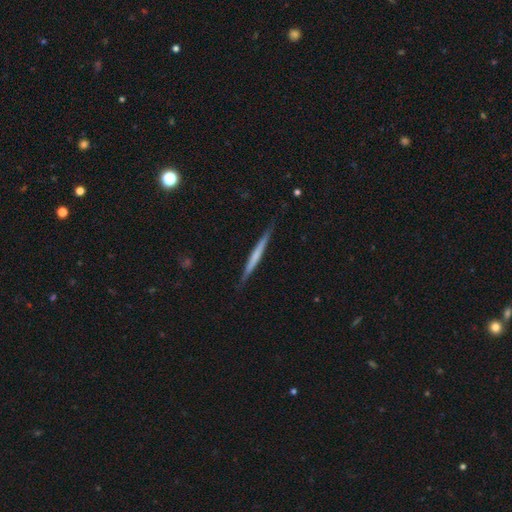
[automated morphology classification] This appears to be a featured or disk galaxy (51%) viewed edge-on (97%) with no central bulge (80%). Merging: none (88%).